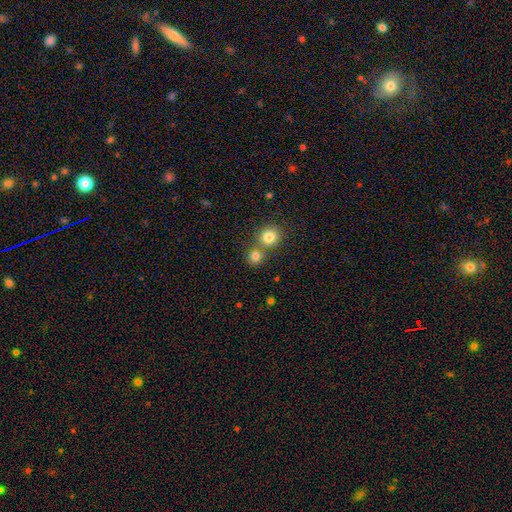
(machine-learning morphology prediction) Smooth or featured: smooth — 81% (star or artifact — 12%)
How rounded: round — 87% (in between — 12%)
Merging: none — 57% (merger — 35%)